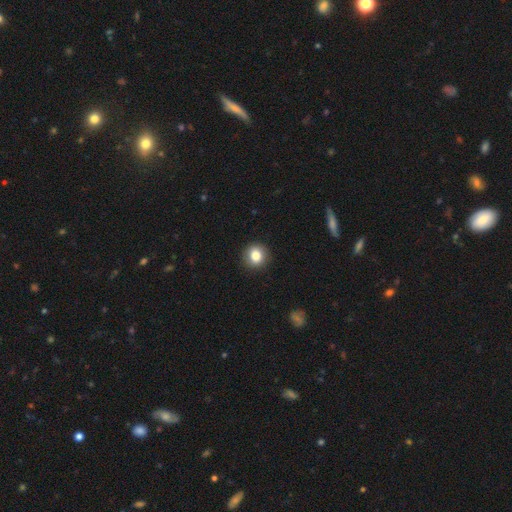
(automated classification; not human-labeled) Smooth or featured? Predicted: smooth (p=0.83). How rounded? Predicted: round (p=0.88). Merging? Predicted: none (p=0.92).